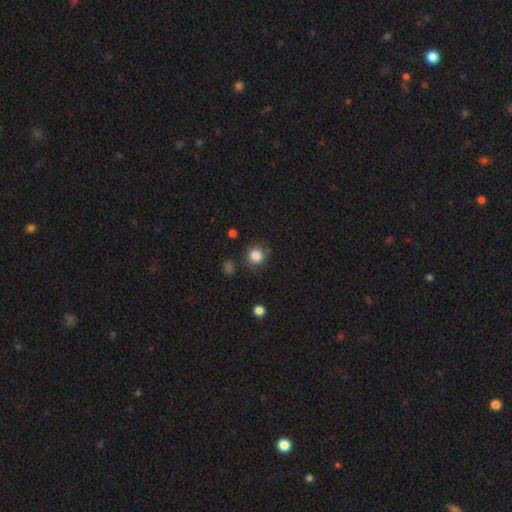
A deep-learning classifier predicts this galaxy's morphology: The model was most divided on "merging": none: 80%, minor disturbance: 12%, major disturbance: 4%, merger: 4%. More confident: how rounded — round (91%); smooth or featured — smooth (85%).